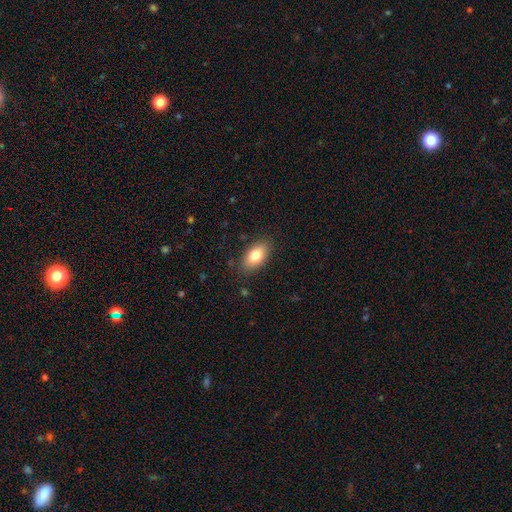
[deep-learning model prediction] smooth 79%, featured or disk 13%, star or artifact 7%. Down the decision tree: how rounded — in between (91%); merging — none (85%).